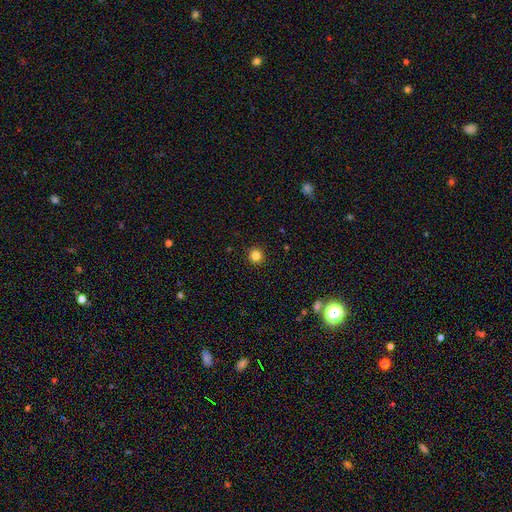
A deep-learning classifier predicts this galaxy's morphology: A smooth galaxy with no disk features (83%) that is round (94%). Merging: none (93%).